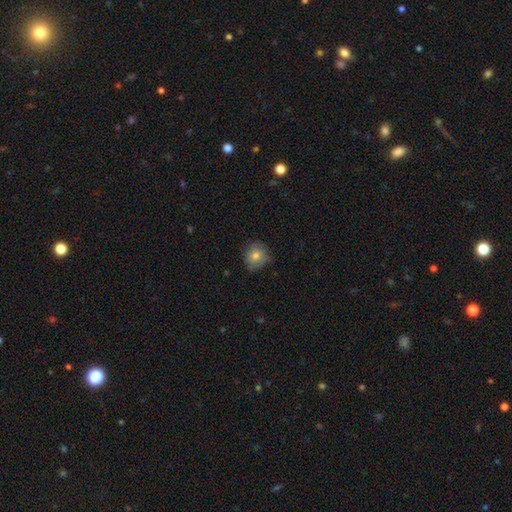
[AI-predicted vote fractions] A smooth galaxy with no disk features (76%) that is round (84%). Merging: none (70%).